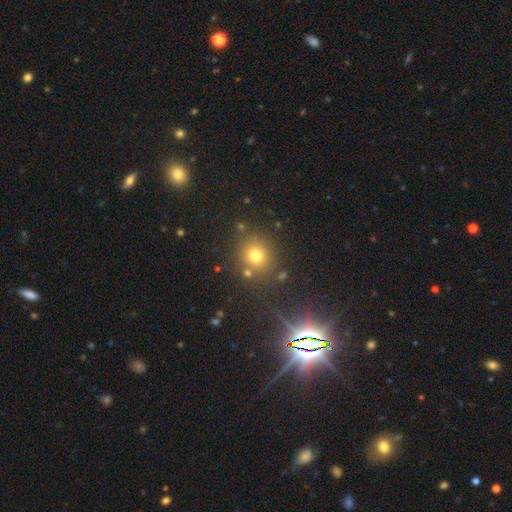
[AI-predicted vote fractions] smooth_or_featured: smooth (p=0.70) [alt: star or artifact p=0.21]
how_rounded: round (p=0.87) [alt: in between p=0.12]
merging: none (p=0.79) [alt: minor disturbance p=0.09]